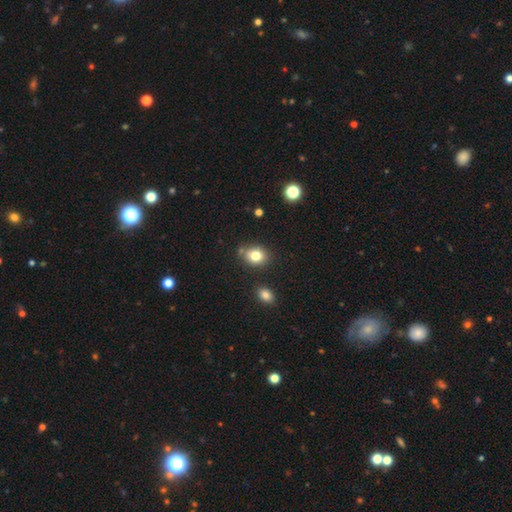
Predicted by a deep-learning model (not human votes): The model was most divided on "how rounded": round: 54%, in between: 45%, cigar-shaped: 1%. More confident: smooth or featured — smooth (81%); merging — none (74%).